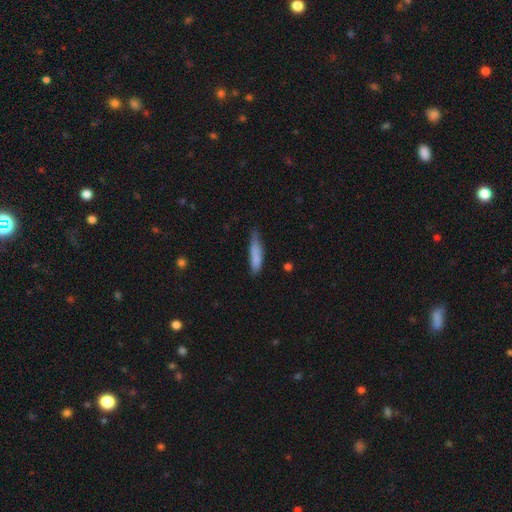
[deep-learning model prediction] Overall: smooth (80%). How rounded: cigar-shaped (80%). Merging: none (59%; minor disturbance 32%).